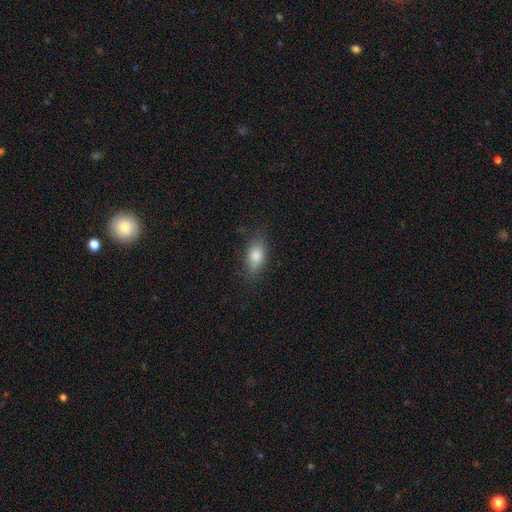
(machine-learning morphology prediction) type=smooth (80%); roundness=in between (83%); merging=none (80%).